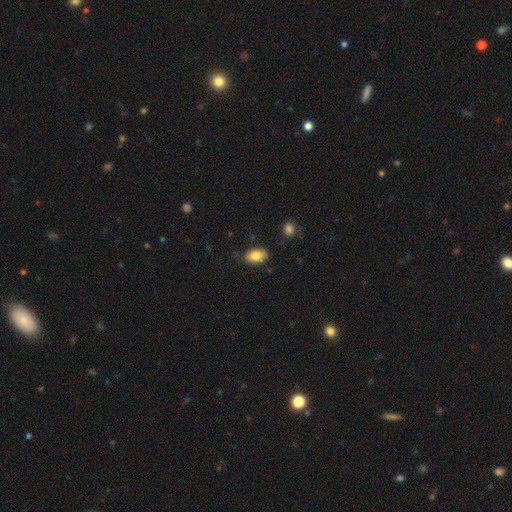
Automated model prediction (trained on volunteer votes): Overall: smooth (82%). How rounded: in between (92%). Merging: none (82%).